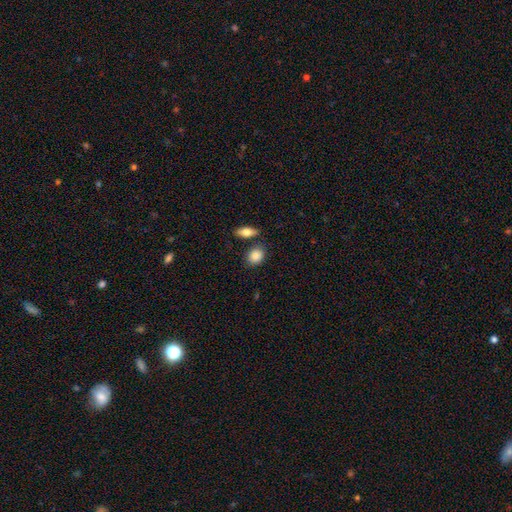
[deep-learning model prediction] smooth_or_featured: smooth (p=0.86) [alt: star or artifact p=0.07]
how_rounded: in between (p=0.58) [alt: round p=0.40]
merging: none (p=0.74) [alt: minor disturbance p=0.12]